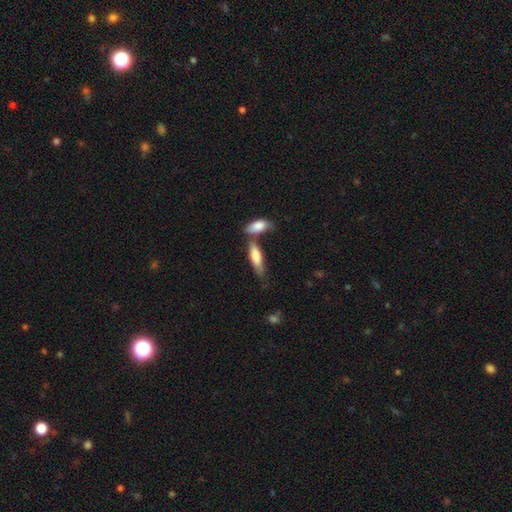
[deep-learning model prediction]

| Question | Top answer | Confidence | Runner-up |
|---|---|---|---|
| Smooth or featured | smooth | 77% | featured or disk (17%) |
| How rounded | cigar-shaped | 49% | tied: in between (49%) |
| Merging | none | 44% | merger (34%) |